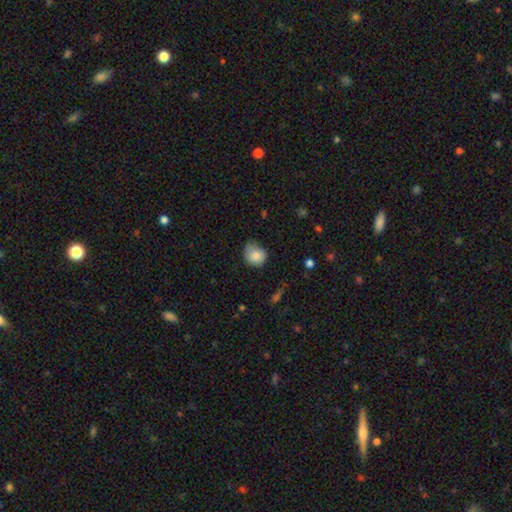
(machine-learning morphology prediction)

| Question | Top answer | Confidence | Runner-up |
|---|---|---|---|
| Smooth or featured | smooth | 84% | star or artifact (8%) |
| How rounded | round | 72% | in between (27%) |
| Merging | none | 51% | minor disturbance (38%) |